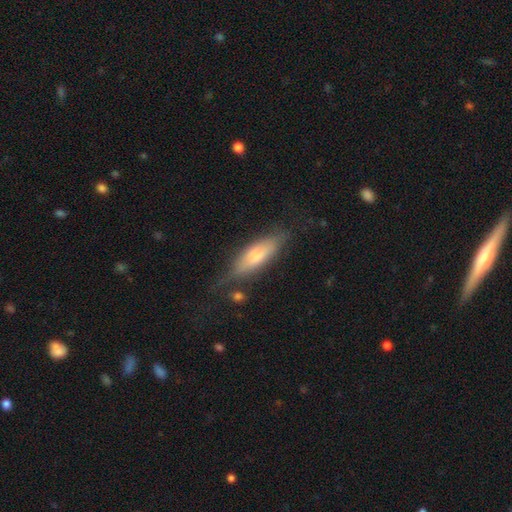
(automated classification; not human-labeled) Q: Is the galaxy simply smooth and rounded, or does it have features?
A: smooth — 62%.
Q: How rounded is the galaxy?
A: in between — 49%.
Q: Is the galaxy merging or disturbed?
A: none — 62%.